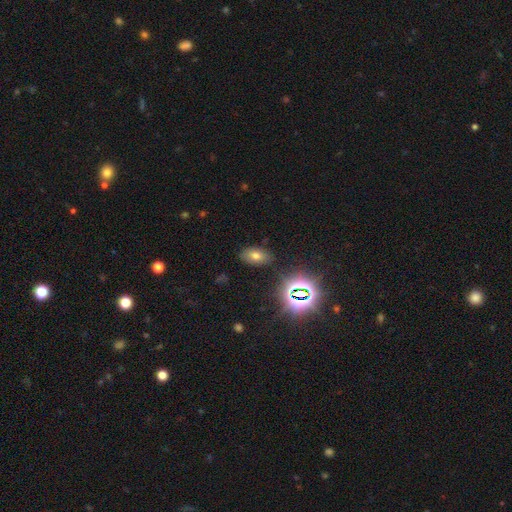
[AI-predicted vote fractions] The model was most divided on "smooth or featured": smooth: 63%, star or artifact: 24%, featured or disk: 13%. More confident: how rounded — in between (88%); merging — none (84%).